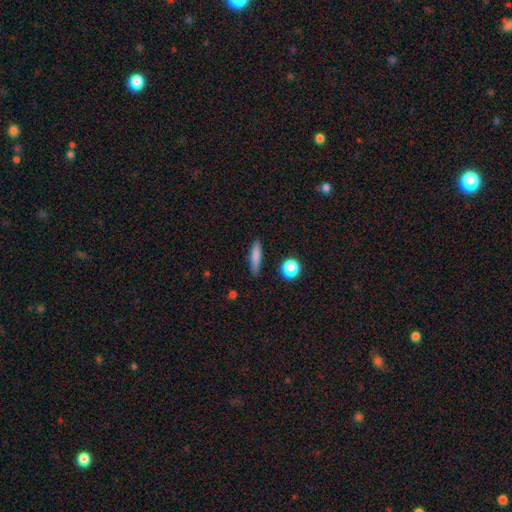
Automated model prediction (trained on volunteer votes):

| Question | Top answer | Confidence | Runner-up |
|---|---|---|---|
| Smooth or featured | smooth | 78% | featured or disk (14%) |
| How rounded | cigar-shaped | 78% | in between (17%) |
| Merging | none | 84% | minor disturbance (11%) |